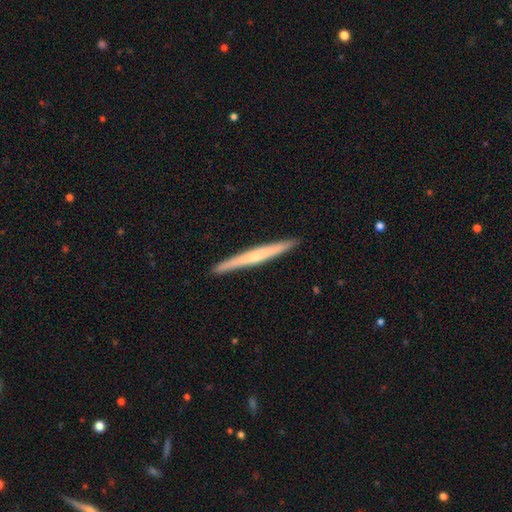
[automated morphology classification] featured or disk 59%, smooth 36%, star or artifact 5%. Down the decision tree: edge-on disk — yes (97%); edge-on bulge — rounded (50%); merging — none (92%).